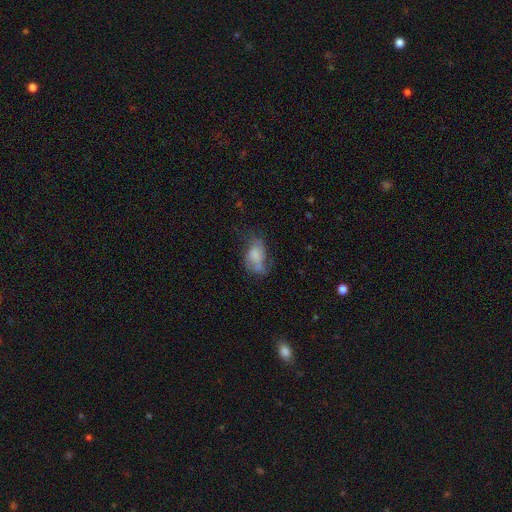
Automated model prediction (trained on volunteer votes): This appears to be a smooth galaxy with no disk features (58%) that is in between round and cigar-shaped (88%). Merging: major disturbance (36%).